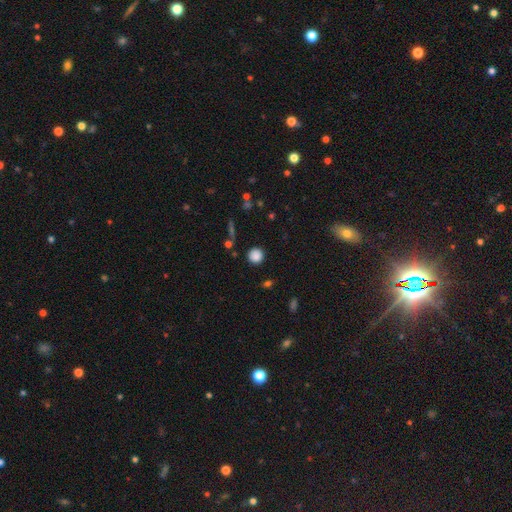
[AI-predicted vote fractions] Smooth or featured: smooth — 85% (star or artifact — 10%)
How rounded: round — 94% (in between — 5%)
Merging: none — 89% (minor disturbance — 7%)